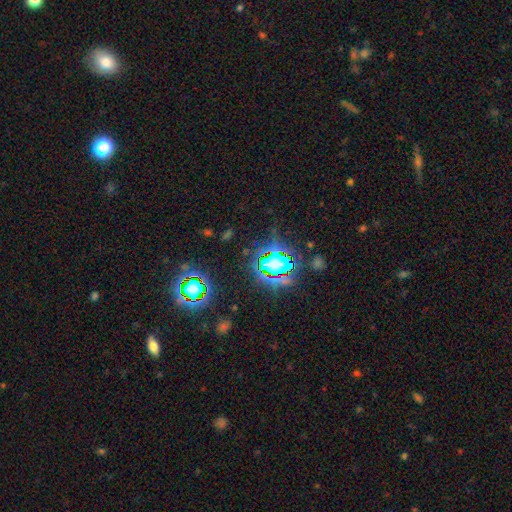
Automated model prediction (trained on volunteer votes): Morphology: type=star or artifact (81%).